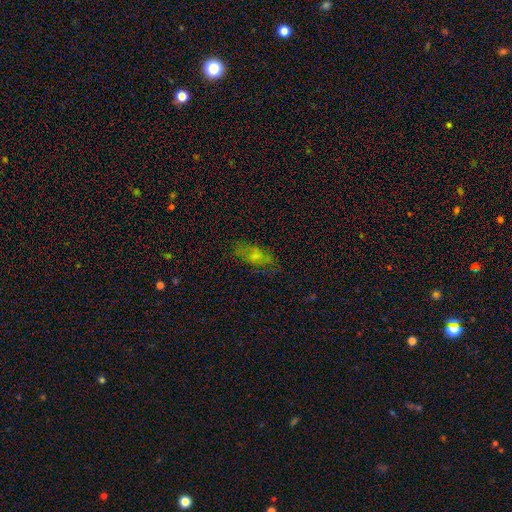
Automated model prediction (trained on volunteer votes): Smooth or featured: smooth — 56% (featured or disk — 29%)
How rounded: in between — 83% (cigar-shaped — 12%)
Merging: none — 67% (minor disturbance — 21%)